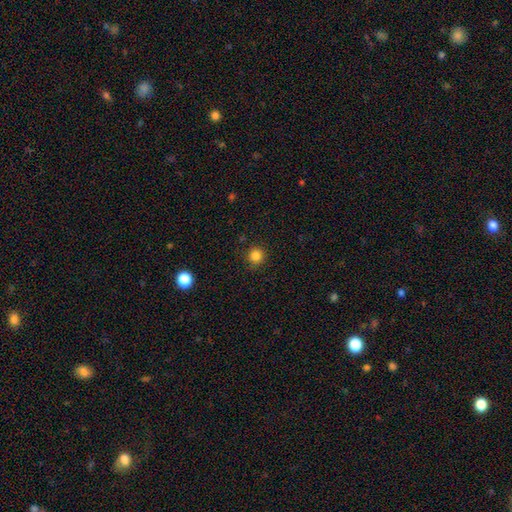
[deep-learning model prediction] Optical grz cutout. It shows a smooth galaxy with no disk features (83%) that is round (93%). Merging: none (88%).